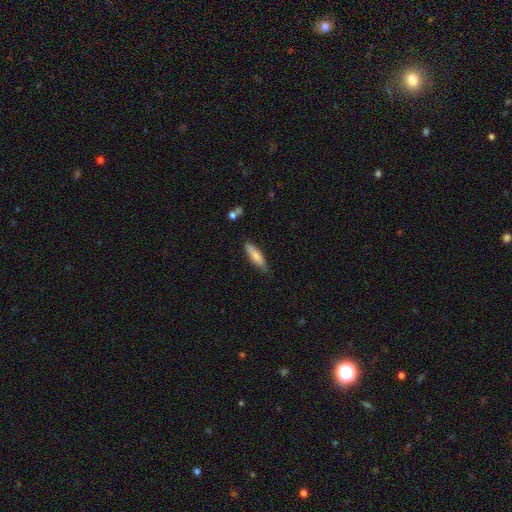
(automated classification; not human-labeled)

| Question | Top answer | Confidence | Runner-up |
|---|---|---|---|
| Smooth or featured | smooth | 74% | featured or disk (20%) |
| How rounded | cigar-shaped | 69% | in between (29%) |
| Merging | none | 77% | minor disturbance (18%) |